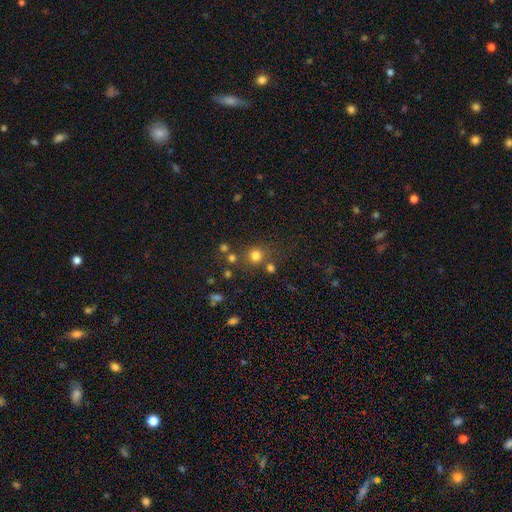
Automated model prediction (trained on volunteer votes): This is likely a smooth galaxy (76%). How rounded: clearly round (89%). Merging: likely none (72%).